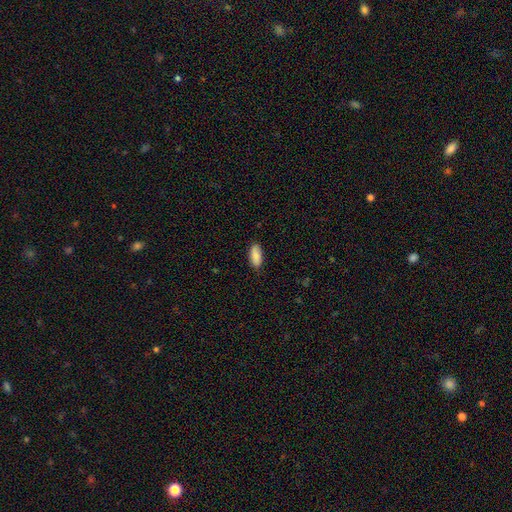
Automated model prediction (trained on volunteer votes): Smooth or featured? smooth (88%)
How rounded? in between (86%)
Merging? none (84%)